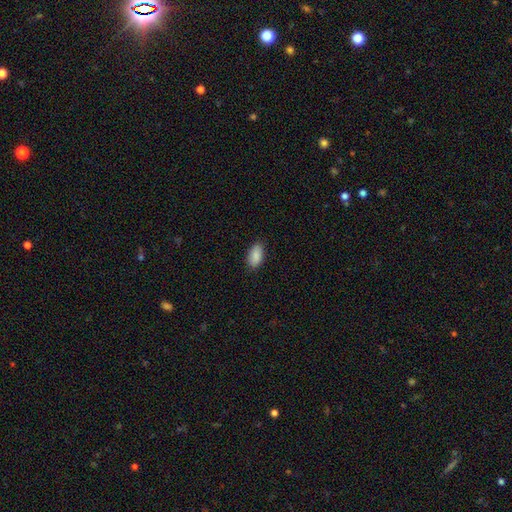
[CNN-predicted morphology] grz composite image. It shows a smooth galaxy with no disk features (90%) that is in between round and cigar-shaped (94%). Merging: none (87%).